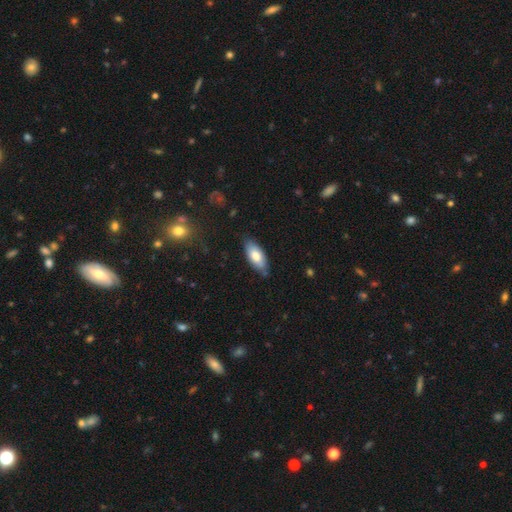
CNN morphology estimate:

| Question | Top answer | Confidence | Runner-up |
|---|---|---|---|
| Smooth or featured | smooth | 75% | featured or disk (19%) |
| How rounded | in between | 85% | cigar-shaped (13%) |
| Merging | none | 76% | minor disturbance (19%) |